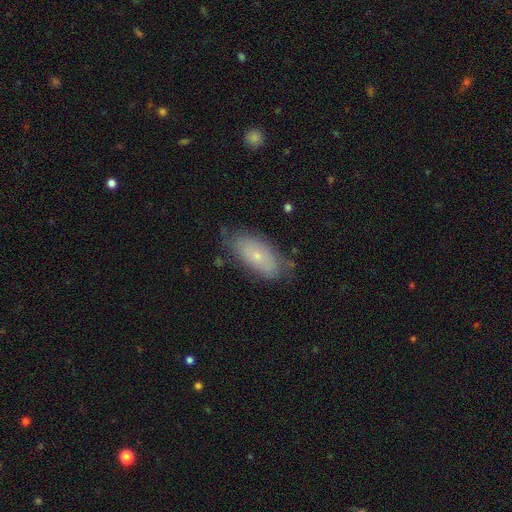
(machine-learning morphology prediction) This is possibly a smooth galaxy (55%). How rounded: clearly in between (88%). Merging: likely none (67%).